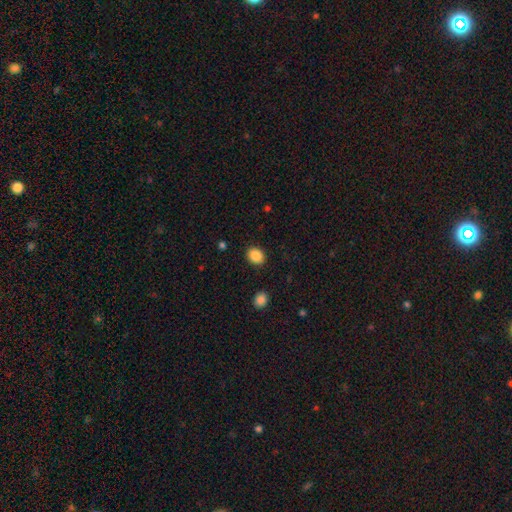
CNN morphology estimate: smooth_or_featured: smooth (p=0.88) [alt: star or artifact p=0.09]
how_rounded: in between (p=0.50) [alt: round p=0.49]
merging: none (p=0.89) [alt: minor disturbance p=0.07]